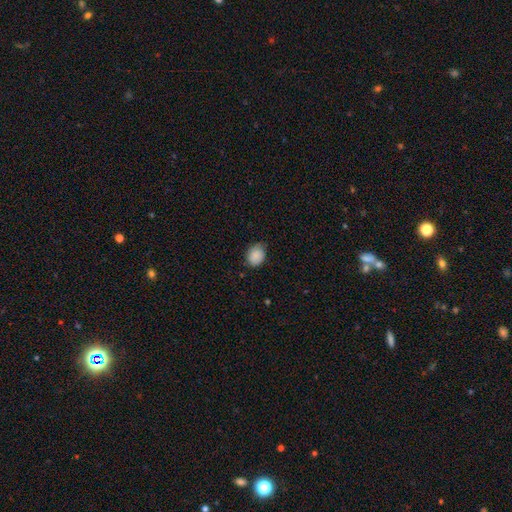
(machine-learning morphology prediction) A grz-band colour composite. It shows a smooth galaxy with no disk features (89%) that is round (50%). Merging: none (73%).